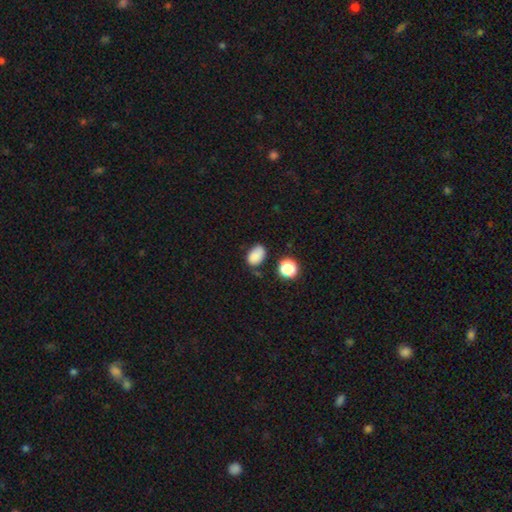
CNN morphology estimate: Smooth or featured: smooth — 84% (star or artifact — 11%)
How rounded: in between — 83% (round — 16%)
Merging: none — 68% (minor disturbance — 22%)